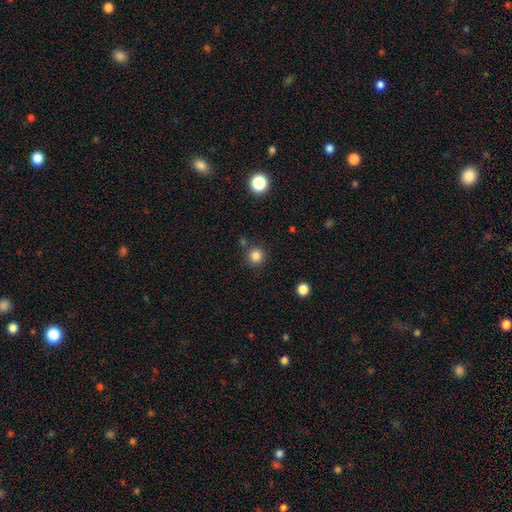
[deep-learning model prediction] A smooth galaxy with no disk features (83%) that is round (94%). Merging: none (84%).